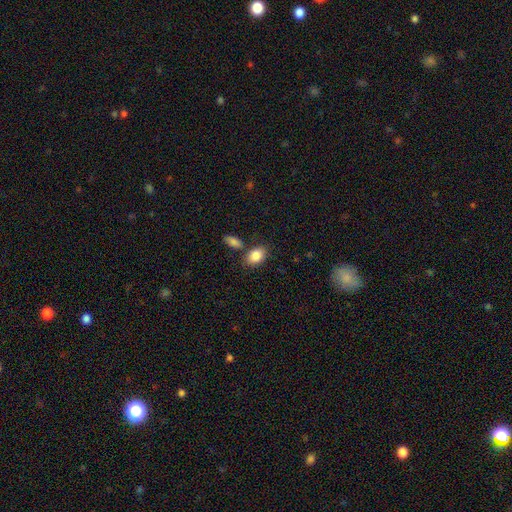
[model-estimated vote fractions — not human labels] Overall: smooth (85%). How rounded: in between (83%). Merging: none (71%).